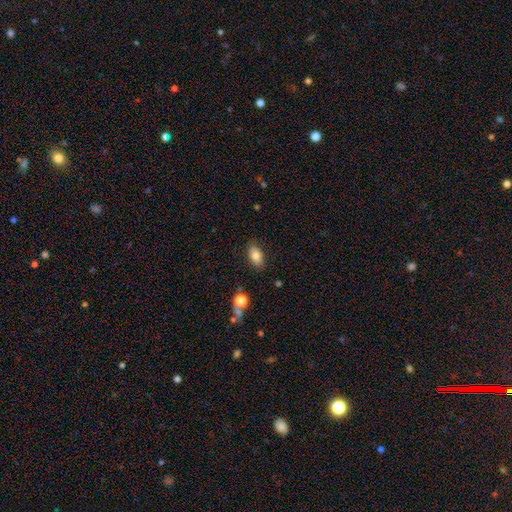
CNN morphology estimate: smooth_or_featured: smooth (p=0.79) [alt: featured or disk p=0.12]
how_rounded: in between (p=0.90) [alt: round p=0.07]
merging: none (p=0.84) [alt: minor disturbance p=0.11]